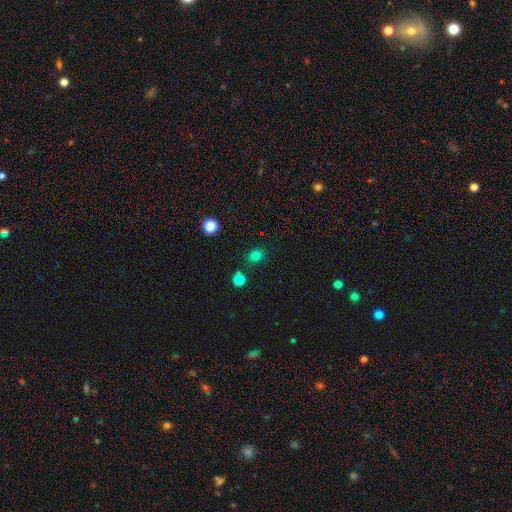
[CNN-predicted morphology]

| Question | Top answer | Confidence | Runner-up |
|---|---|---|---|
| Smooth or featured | smooth | 79% | star or artifact (17%) |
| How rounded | round | 71% | in between (28%) |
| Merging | none | 79% | minor disturbance (11%) |